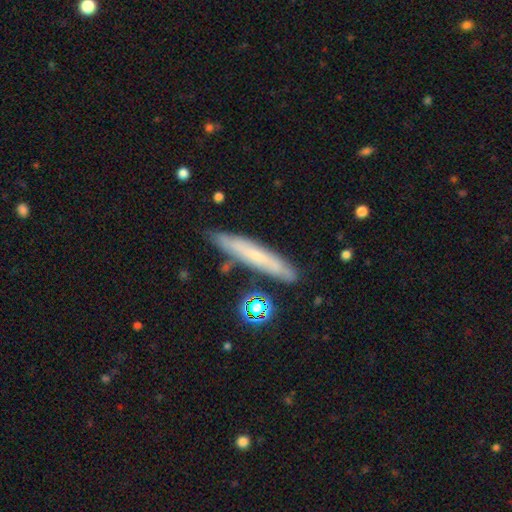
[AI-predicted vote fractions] smooth_or_featured: smooth (p=0.47) [alt: featured or disk p=0.43]
merging: none (p=0.80) [alt: minor disturbance p=0.14]